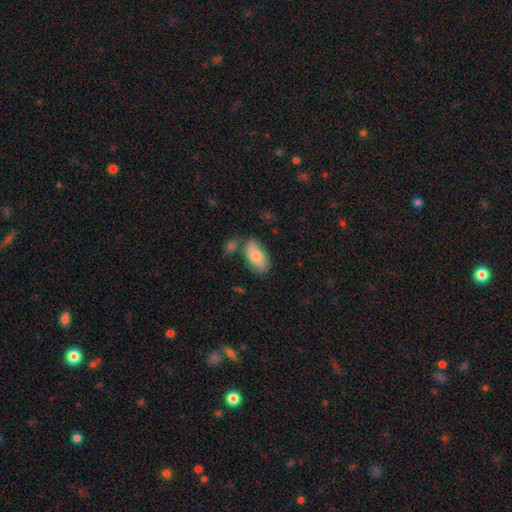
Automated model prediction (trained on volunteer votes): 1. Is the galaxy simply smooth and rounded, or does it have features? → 78% smooth, 15% featured or disk, 6% star or artifact.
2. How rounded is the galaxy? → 93% in between, 4% cigar-shaped, 3% round.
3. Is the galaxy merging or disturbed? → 60% none, 20% minor disturbance, 14% merger, 6% major disturbance.